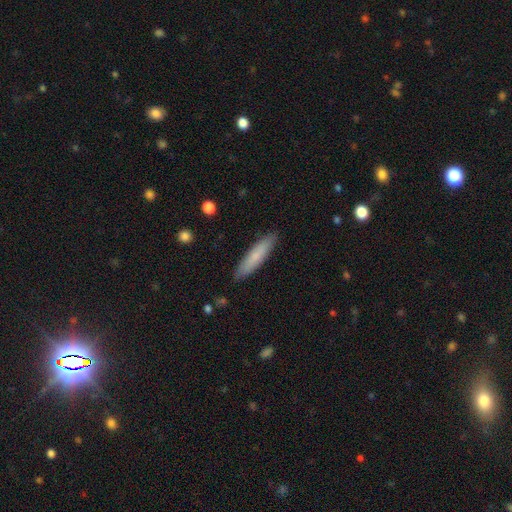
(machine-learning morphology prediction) A smooth galaxy with no disk features (76%) that is cigar-shaped (86%). Merging: none (89%).